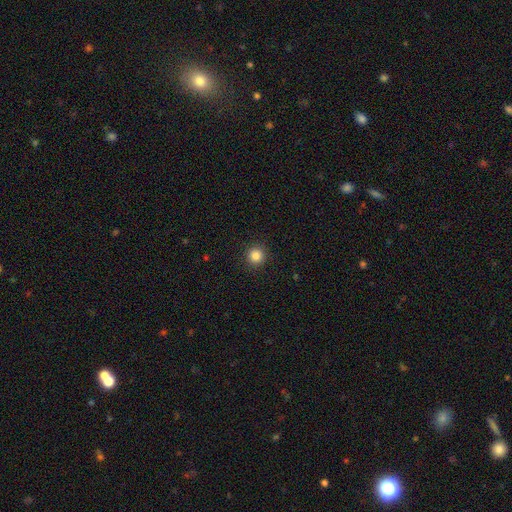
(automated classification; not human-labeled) smooth 85%, star or artifact 12%, featured or disk 4%. Down the decision tree: how rounded — round (95%); merging — none (92%).